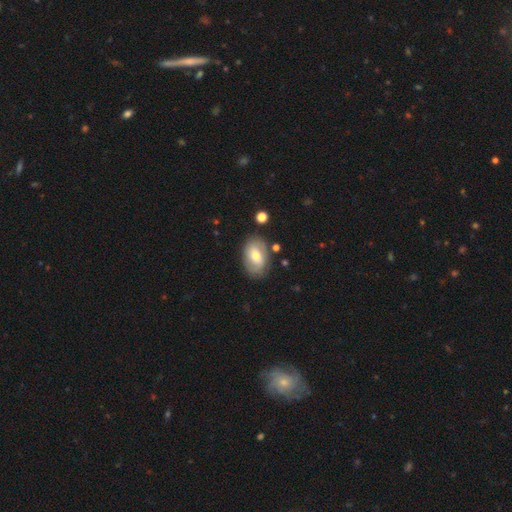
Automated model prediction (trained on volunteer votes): Smooth or featured? Predicted: smooth (p=0.53). How rounded? Predicted: in between (p=0.87). Merging? Predicted: none (p=0.78).